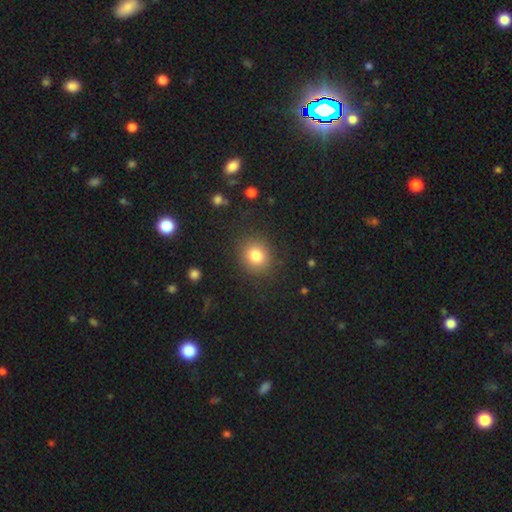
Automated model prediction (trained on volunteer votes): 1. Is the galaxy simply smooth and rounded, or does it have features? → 81% smooth, 12% star or artifact, 7% featured or disk.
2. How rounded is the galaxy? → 79% round, 20% in between, 1% cigar-shaped.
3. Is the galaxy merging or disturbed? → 87% none, 8% minor disturbance, 3% major disturbance, 1% merger.